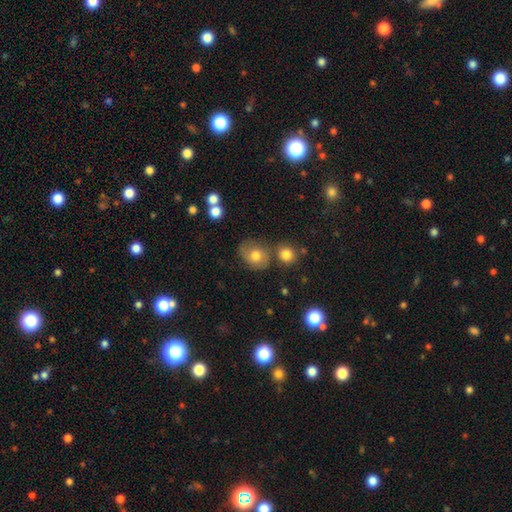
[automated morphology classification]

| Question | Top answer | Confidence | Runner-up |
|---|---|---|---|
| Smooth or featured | smooth | 62% | featured or disk (28%) |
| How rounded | round | 56% | in between (42%) |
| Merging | none | 60% | minor disturbance (21%) |